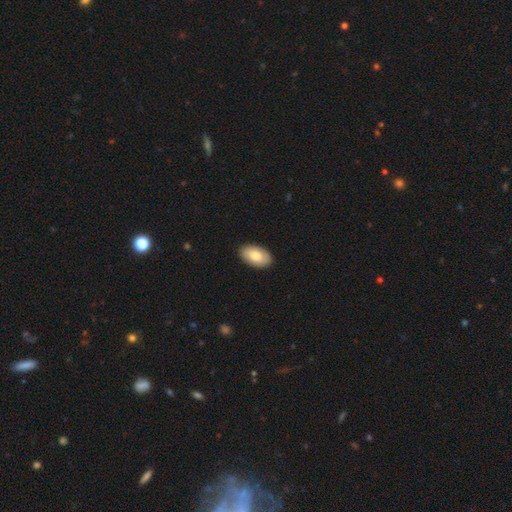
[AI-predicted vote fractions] Morphology: type=smooth (80%); roundness=in between (95%); merging=none (90%).